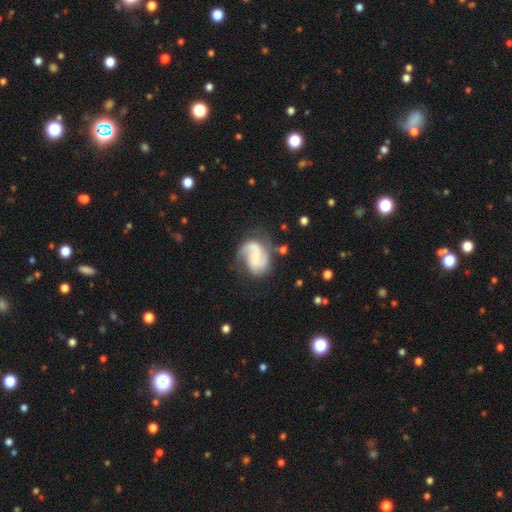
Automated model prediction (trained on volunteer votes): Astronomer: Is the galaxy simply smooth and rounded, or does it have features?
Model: featured or disk — 80%.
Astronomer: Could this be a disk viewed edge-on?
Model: no — 98%.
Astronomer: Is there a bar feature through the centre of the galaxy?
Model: weak — 43% (runner-up: no, 42%).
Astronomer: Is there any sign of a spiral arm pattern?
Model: yes — 95%.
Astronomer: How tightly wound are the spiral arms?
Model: medium — 49% (runner-up: loose, 26%).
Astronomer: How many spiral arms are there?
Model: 2 — 73%.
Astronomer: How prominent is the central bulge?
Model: small — 52%.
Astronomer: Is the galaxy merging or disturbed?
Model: none — 56%.